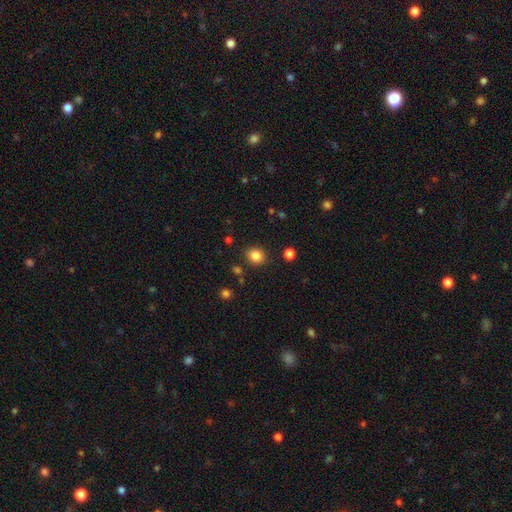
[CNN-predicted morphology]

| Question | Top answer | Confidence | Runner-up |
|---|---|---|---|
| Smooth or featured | smooth | 84% | star or artifact (11%) |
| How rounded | round | 74% | in between (25%) |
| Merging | none | 86% | minor disturbance (9%) |